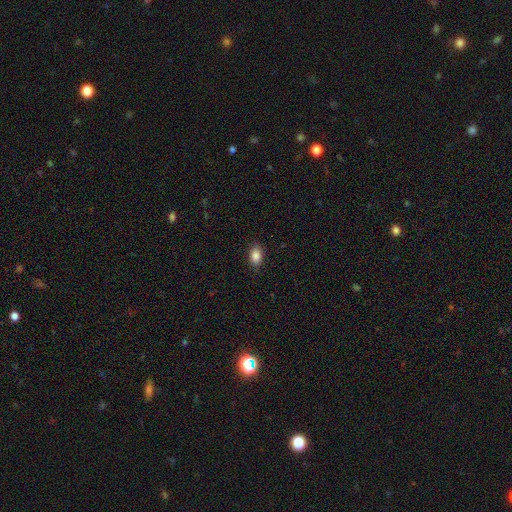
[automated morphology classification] Q: Smooth or featured?
A: smooth (87%); runner-up: star or artifact (8%)
Q: How rounded?
A: in between (88%); runner-up: round (10%)
Q: Merging?
A: none (86%); runner-up: minor disturbance (11%)